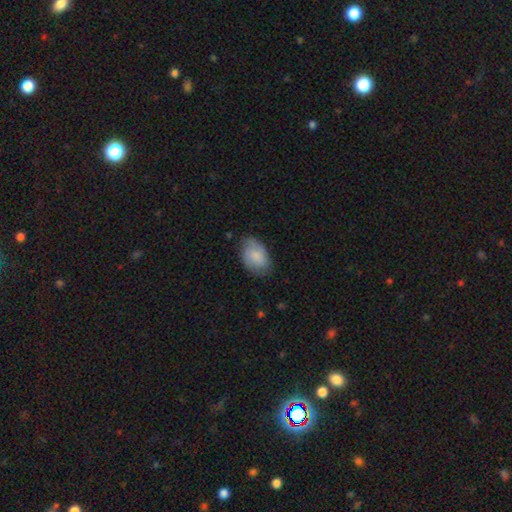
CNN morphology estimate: smooth 78%, featured or disk 16%, star or artifact 6%. Down the decision tree: how rounded — in between (89%); merging — none (71%).